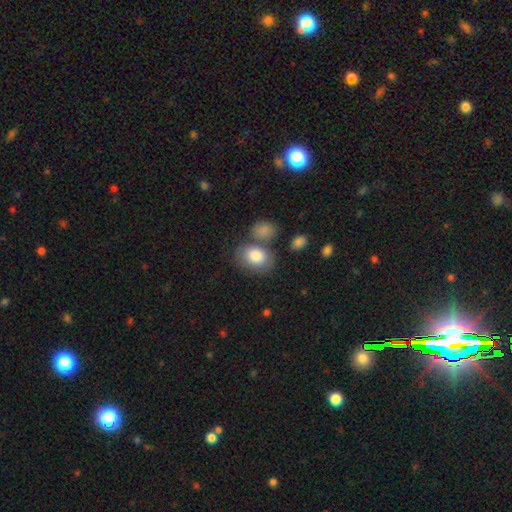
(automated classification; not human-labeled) Smooth or featured? smooth (82%)
How rounded? in between (65%)
Merging? none (58%)